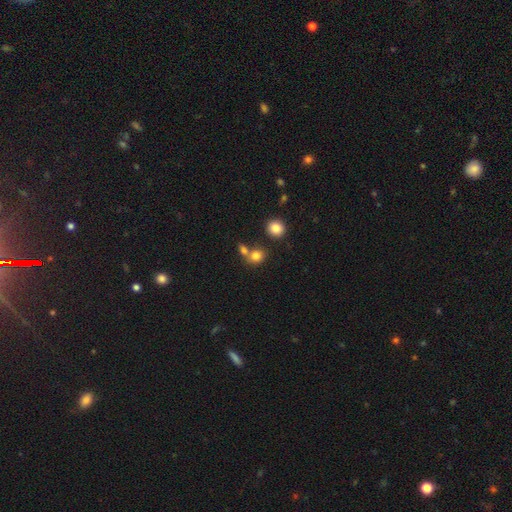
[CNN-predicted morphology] Smooth or featured? smooth (80%)
How rounded? round (69%)
Merging? none (51%)